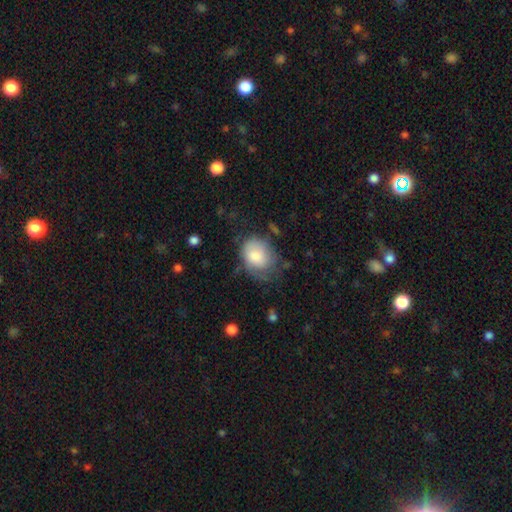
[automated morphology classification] Smooth or featured? Predicted: smooth (p=0.74). How rounded? Predicted: in between (p=0.57). Merging? Predicted: none (p=0.42).